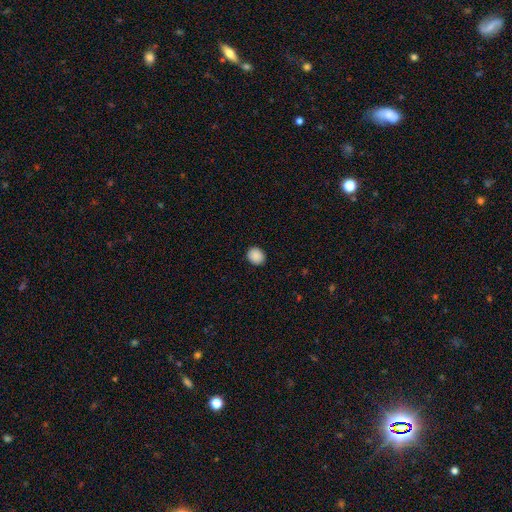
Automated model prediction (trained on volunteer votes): Smooth or featured: smooth — 90% (star or artifact — 8%)
How rounded: round — 66% (in between — 33%)
Merging: none — 90% (minor disturbance — 7%)